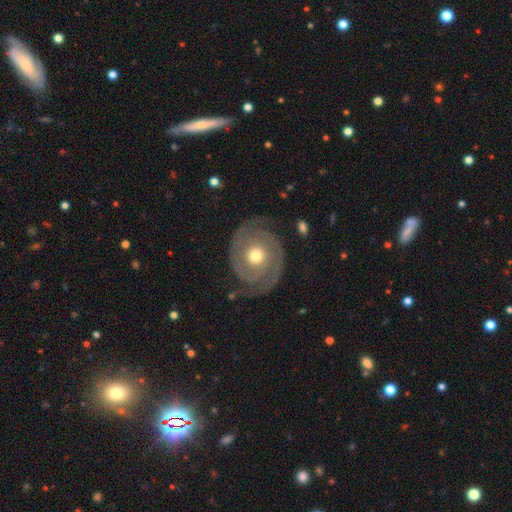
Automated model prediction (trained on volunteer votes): smooth-or-featured: featured or disk: 87% | smooth: 8% | star or artifact: 5%
  disk-edge-on: no: 98% | yes: 2%
    bar: no: 82% | weak: 13% | strong: 4%
    has-spiral-arms: yes: 95% | no: 5%
      spiral-winding: tight: 65% | medium: 28% | loose: 8%
      spiral-arm-count: 2: 90% | can't tell: 4% | 1: 2% | 3: 2% | 4: 1% | more than 4: 1%
    bulge-size: moderate: 71% | small: 20% | large: 6% | dominant: 1% | none: 1%
  merging: none: 80% | minor disturbance: 13% | major disturbance: 6% | merger: 2%